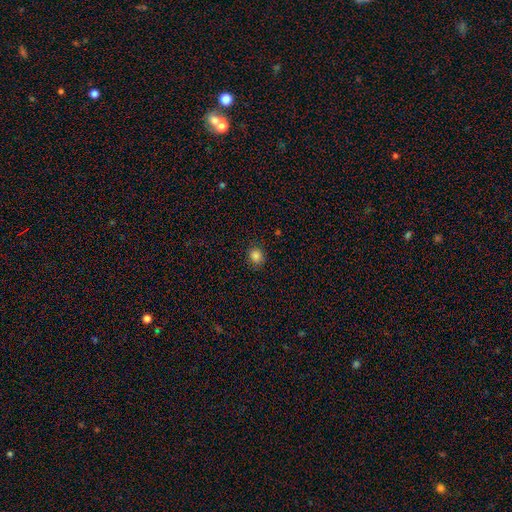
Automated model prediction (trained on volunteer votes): A smooth galaxy with no disk features (84%) that is round (76%).

Vote fractions:
- Smooth or featured? smooth: 84% / star or artifact: 12% / featured or disk: 4%
- How rounded? round: 76% / in between: 23% / cigar-shaped: 1%
- Merging? none: 87% / minor disturbance: 10% / major disturbance: 3% / merger: 1%